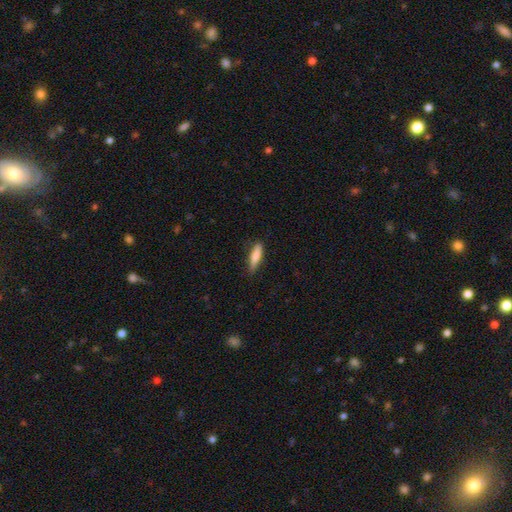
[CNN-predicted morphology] Smooth or featured? Predicted: smooth (p=0.78). How rounded? Predicted: cigar-shaped (p=0.72). Merging? Predicted: none (p=0.82).